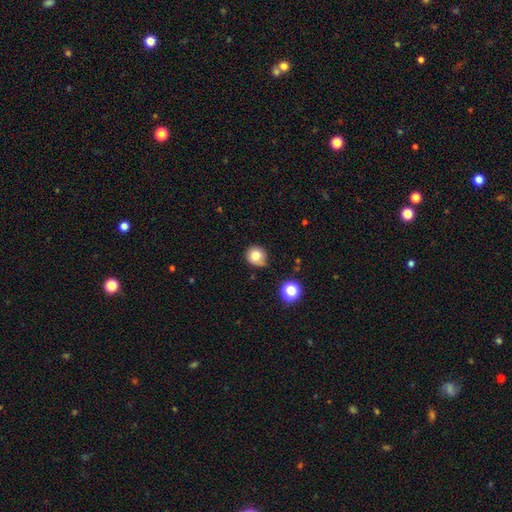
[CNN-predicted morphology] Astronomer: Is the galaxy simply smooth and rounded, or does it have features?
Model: smooth — 80%.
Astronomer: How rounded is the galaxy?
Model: round — 86%.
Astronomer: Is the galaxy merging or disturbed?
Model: none — 70%.